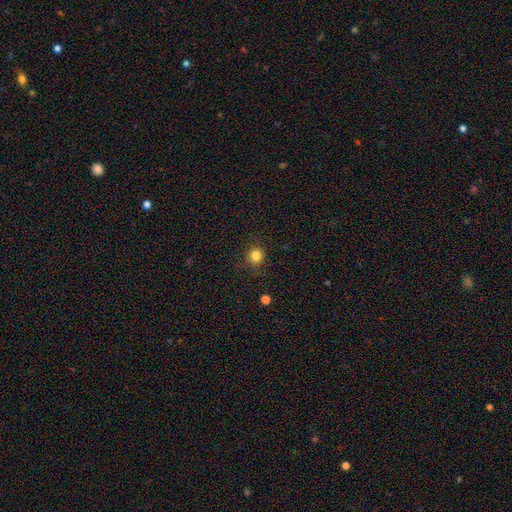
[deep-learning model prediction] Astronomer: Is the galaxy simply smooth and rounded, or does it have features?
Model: smooth — 83%.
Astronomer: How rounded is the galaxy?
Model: round — 88%.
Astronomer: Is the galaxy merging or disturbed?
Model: none — 87%.